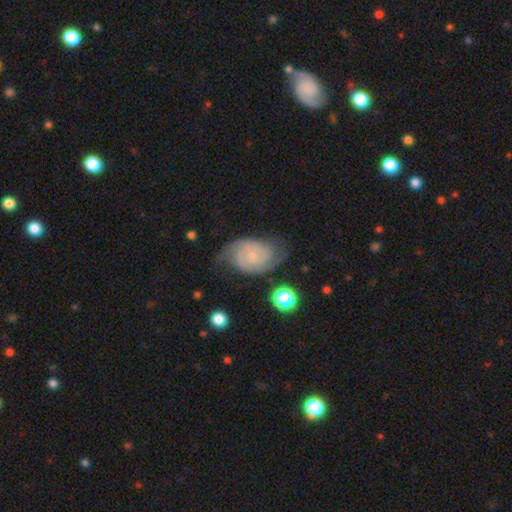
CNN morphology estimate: Overall: featured or disk (82%). Edge-on disk: no (97%). Bar: no (71%). Spiral arms: yes (96%). Spiral arm count: 2 (78%). Spiral winding: tight (53%; medium 35%). Bulge size: small (76%). Merging: none (64%).